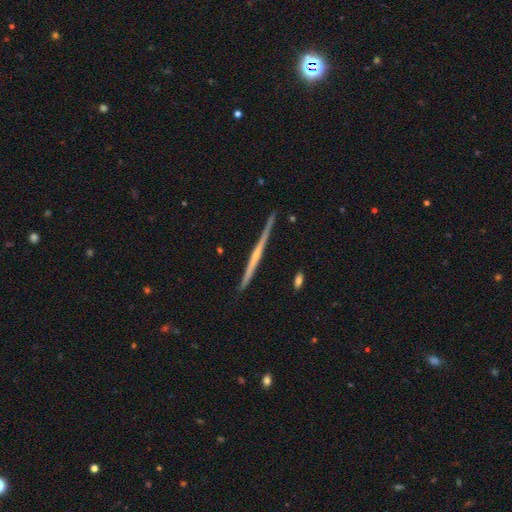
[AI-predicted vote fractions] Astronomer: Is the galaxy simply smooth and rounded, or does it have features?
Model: featured or disk — 77%.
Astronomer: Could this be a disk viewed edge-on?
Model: yes — 98%.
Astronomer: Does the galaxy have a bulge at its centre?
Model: rounded — 52% (runner-up: none, 38%).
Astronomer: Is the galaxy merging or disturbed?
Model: none — 89%.